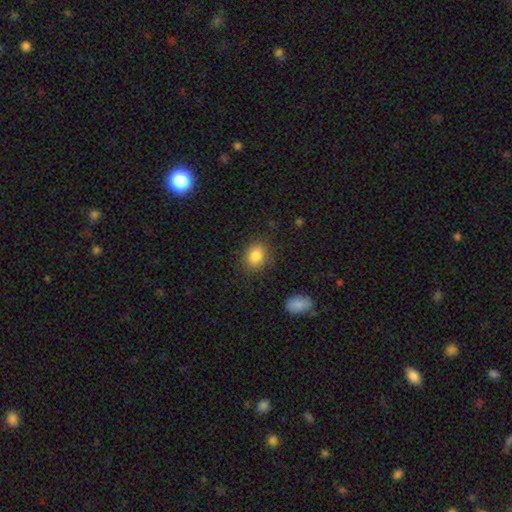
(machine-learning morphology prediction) The model was most divided on "how rounded": round: 54%, in between: 45%, cigar-shaped: 1%. More confident: smooth or featured — smooth (86%); merging — none (84%).